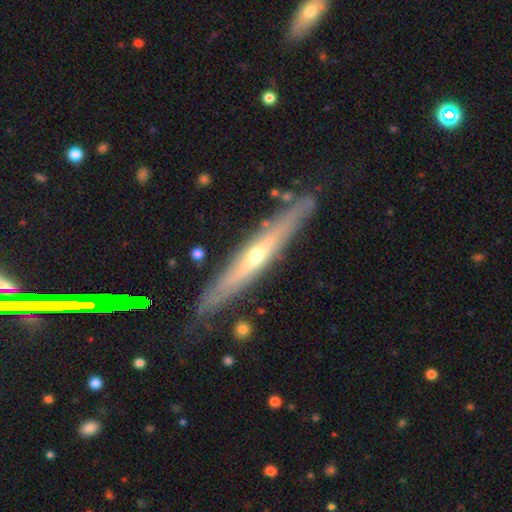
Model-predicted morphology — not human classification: Smooth or featured? featured or disk (73%)
Edge-on disk? yes (88%)
Edge-on bulge? rounded (75%)
Merging? none (82%)